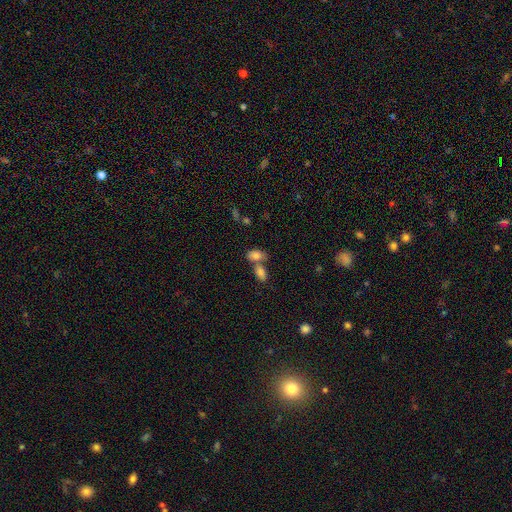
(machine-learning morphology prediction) Smooth or featured? Predicted: smooth (p=0.82). How rounded? Predicted: in between (p=0.90). Merging? Predicted: merger (p=0.52).